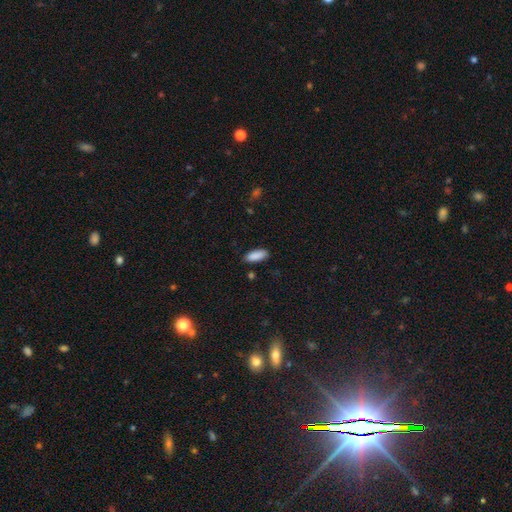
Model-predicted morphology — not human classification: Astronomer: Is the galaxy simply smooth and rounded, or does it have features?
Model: smooth — 89%.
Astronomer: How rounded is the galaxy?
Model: in between — 77%.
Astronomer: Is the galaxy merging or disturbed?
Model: none — 84%.